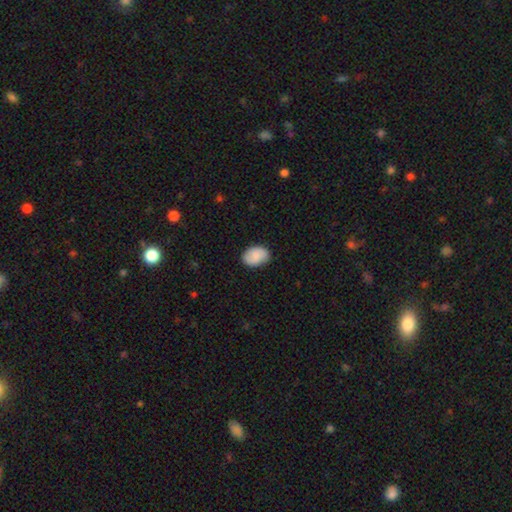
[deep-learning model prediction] smooth 85%, featured or disk 9%, star or artifact 6%. Down the decision tree: how rounded — in between (82%); merging — none (82%).